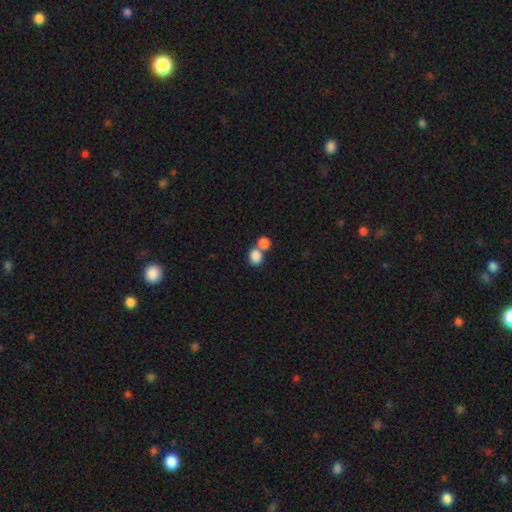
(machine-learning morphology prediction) This is clearly a smooth galaxy (85%). How rounded: possibly round (54%). Merging: possibly merger (52%).